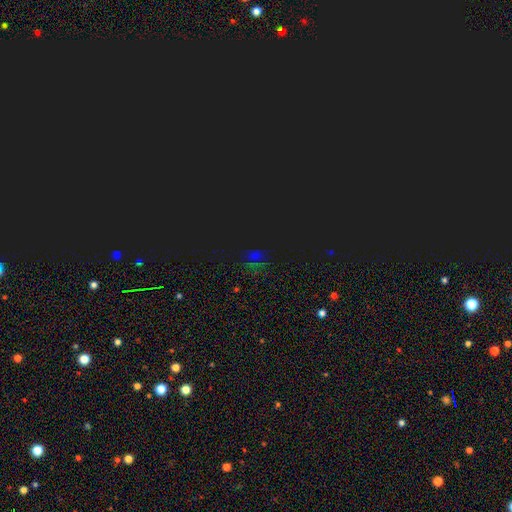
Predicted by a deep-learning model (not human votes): Smooth or featured?
  - star or artifact: 73% *
  - smooth: 19%
  - featured or disk: 7%